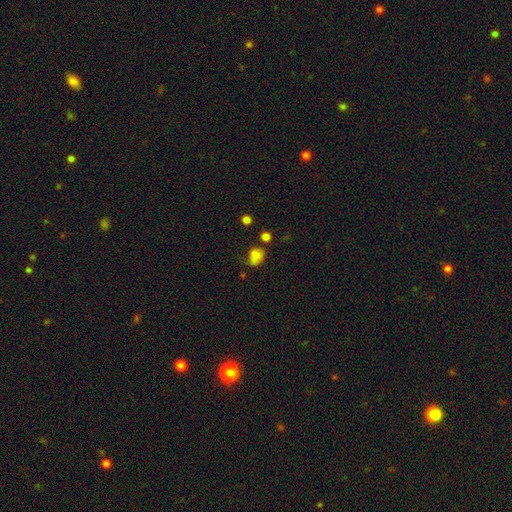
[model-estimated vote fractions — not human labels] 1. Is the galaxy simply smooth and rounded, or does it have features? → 74% smooth, 15% star or artifact, 11% featured or disk.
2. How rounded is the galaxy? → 50% in between, 49% round, 1% cigar-shaped.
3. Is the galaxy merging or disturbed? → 49% none, 30% minor disturbance, 12% major disturbance, 9% merger.